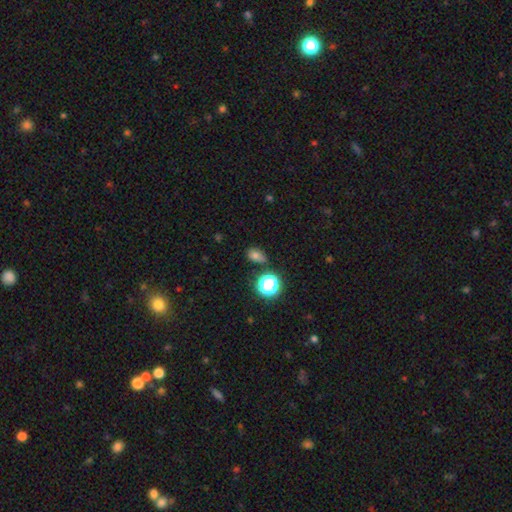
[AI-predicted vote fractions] Overall: smooth (69%). How rounded: in between (70%). Merging: none (74%).